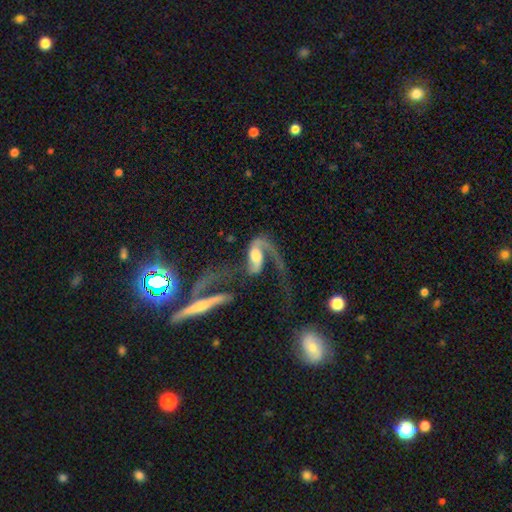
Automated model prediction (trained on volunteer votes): featured or disk 80%, smooth 13%, star or artifact 7%. Down the decision tree: edge-on disk — no (92%); bar — no (42%); spiral arms — yes (91%); spiral arm count — 2 (53%); spiral winding — loose (68%); bulge size — moderate (43%); merging — major disturbance (39%).